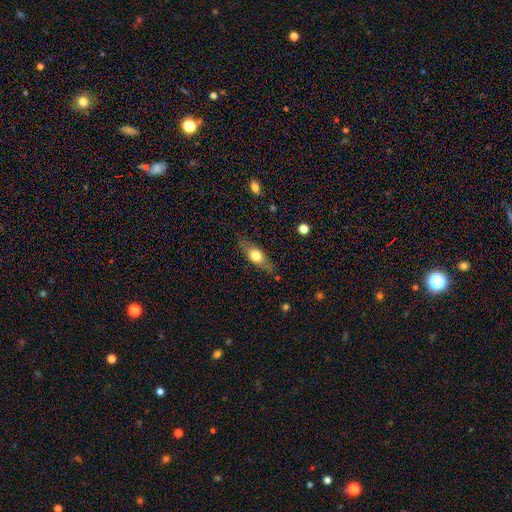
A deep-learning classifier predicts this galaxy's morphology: The model was most divided on "smooth or featured": smooth: 62%, featured or disk: 31%, star or artifact: 7%. More confident: merging — none (74%); how rounded — in between (66%).